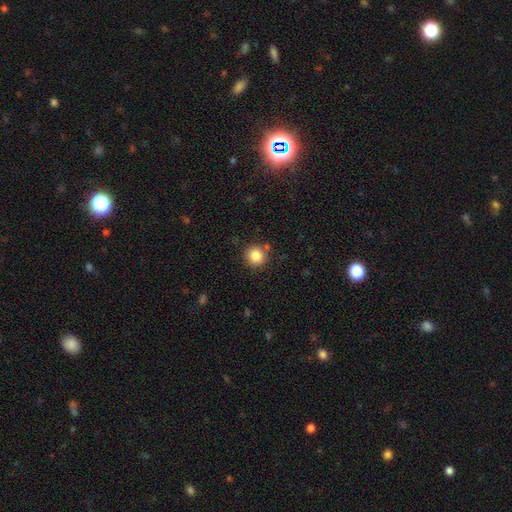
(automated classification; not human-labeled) Smooth or featured: smooth — 85% (star or artifact — 10%)
How rounded: round — 92% (in between — 7%)
Merging: none — 85% (minor disturbance — 8%)